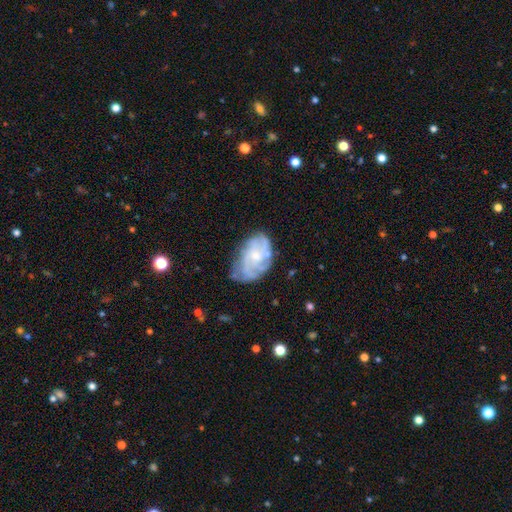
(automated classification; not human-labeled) This is likely a featured or disk galaxy (73%). It is clearly not viewed edge-on (97%). Bar: likely no (70%). Spiral arm pattern: clearly yes (82%). Spiral arm count: possibly can't tell (46%). Spiral winding: possibly tight (50%). Central bulge: possibly small (58%). Merging: possibly none (56%).